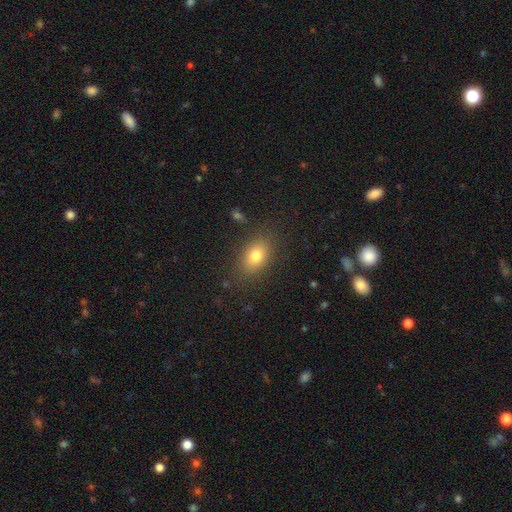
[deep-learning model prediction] Smooth or featured? Predicted: smooth (p=0.77). How rounded? Predicted: in between (p=0.79). Merging? Predicted: none (p=0.83).